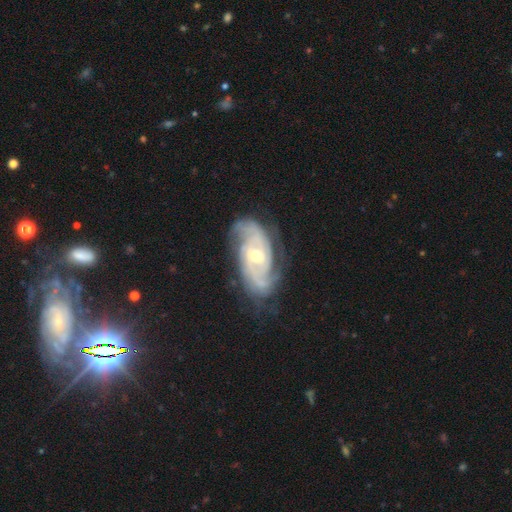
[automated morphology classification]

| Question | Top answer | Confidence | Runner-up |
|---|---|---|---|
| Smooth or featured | featured or disk | 88% | smooth (6%) |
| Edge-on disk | no | 95% | yes (5%) |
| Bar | no | 50% | weak (38%) |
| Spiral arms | yes | 97% | no (3%) |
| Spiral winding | tight | 56% | medium (35%) |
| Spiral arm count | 2 | 44% | 3 (22%) |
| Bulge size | moderate | 58% | small (38%) |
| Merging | none | 72% | minor disturbance (19%) |